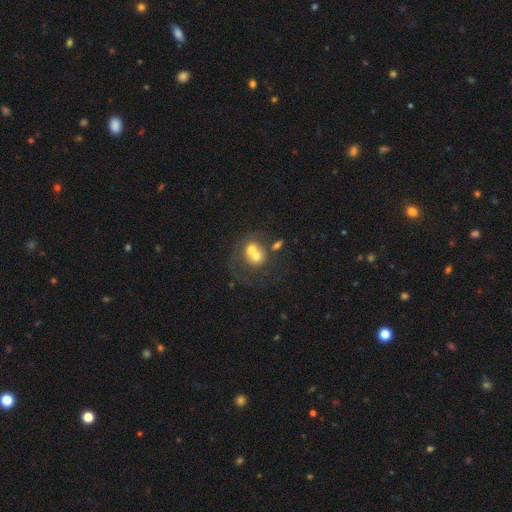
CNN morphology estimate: Q: Smooth or featured?
A: smooth (50%); runner-up: featured or disk (41%)
Q: Merging?
A: merger (64%); runner-up: none (19%)